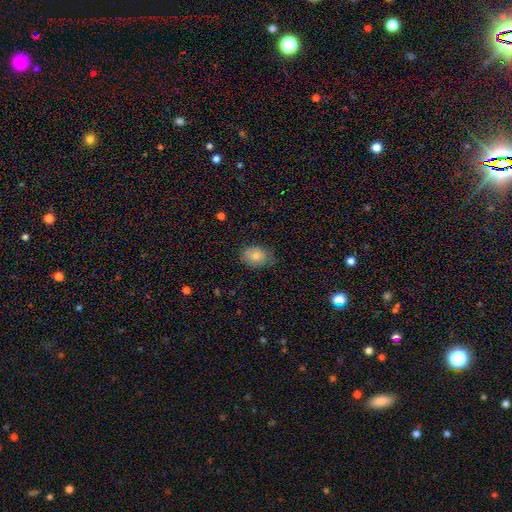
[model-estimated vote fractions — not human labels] Overall: smooth (82%). How rounded: in between (66%; round 33%). Merging: none (69%).